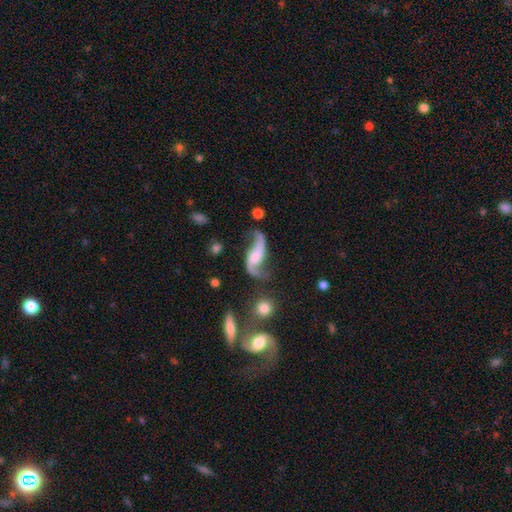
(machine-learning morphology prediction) A featured or disk galaxy (86%) with no bar (49%), 2 (93%) loose (89%) spiral arms (96%) and no central bulge (38%).

Vote fractions:
- Smooth or featured? featured or disk: 86% / smooth: 9% / star or artifact: 6%
- Edge-on disk? no: 95% / yes: 5%
- Bar? no: 49% / weak: 35% / strong: 16%
- Spiral arms? yes: 96% / no: 4%
- Spiral winding? loose: 89% / medium: 8% / tight: 2%
- Spiral arm count? 2: 93% / 1: 2% / can't tell: 2% / 3: 1% / 4: 1% / more than 4: 1%
- Bulge size? none: 38% / moderate: 21% / large: 19% / small: 17% / dominant: 5%
- Merging? none: 62% / minor disturbance: 19% / major disturbance: 13% / merger: 6%